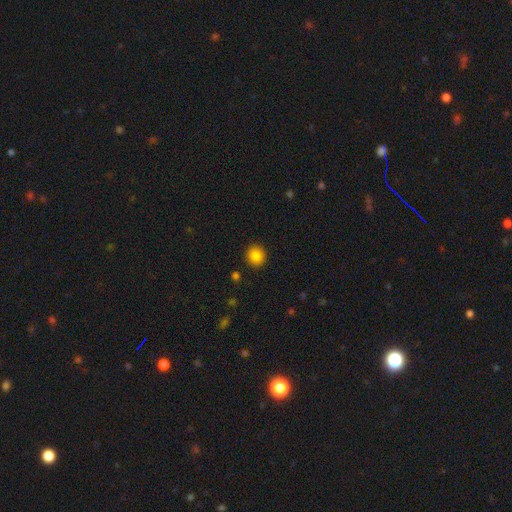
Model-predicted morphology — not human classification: A smooth galaxy with no disk features (86%) that is round (88%).

Vote fractions:
- Smooth or featured? smooth: 86% / star or artifact: 10% / featured or disk: 4%
- How rounded? round: 88% / in between: 11% / cigar-shaped: 1%
- Merging? none: 91% / minor disturbance: 6% / major disturbance: 2% / merger: 1%